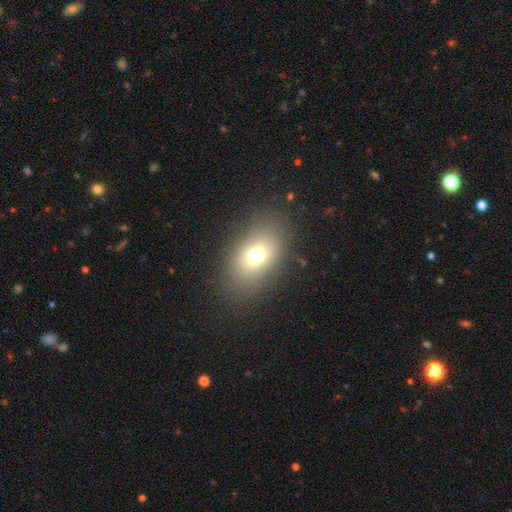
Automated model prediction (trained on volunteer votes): smooth 70%, featured or disk 16%, star or artifact 14%. Down the decision tree: how rounded — in between (78%); merging — none (82%).